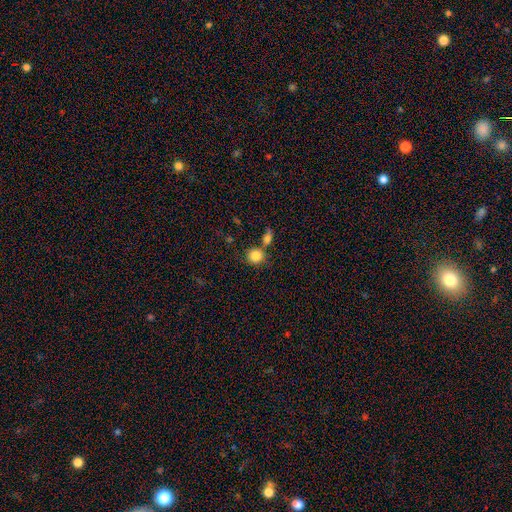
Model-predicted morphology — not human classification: A smooth galaxy with no disk features (84%) that is round (87%). Merging: none (64%).